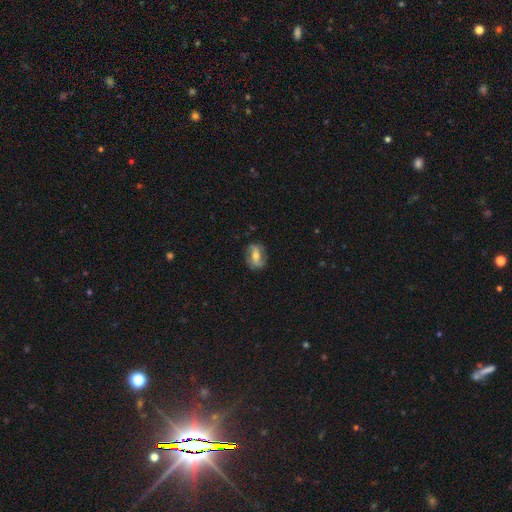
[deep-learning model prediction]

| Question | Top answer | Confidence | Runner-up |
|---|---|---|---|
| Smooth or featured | featured or disk | 70% | smooth (23%) |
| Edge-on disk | no | 94% | yes (6%) |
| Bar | strong | 42% | weak (35%) |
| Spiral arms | yes | 87% | no (13%) |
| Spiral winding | loose | 42% | medium (36%) |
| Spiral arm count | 2 | 87% | can't tell (6%) |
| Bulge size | moderate | 59% | small (32%) |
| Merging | none | 79% | minor disturbance (15%) |